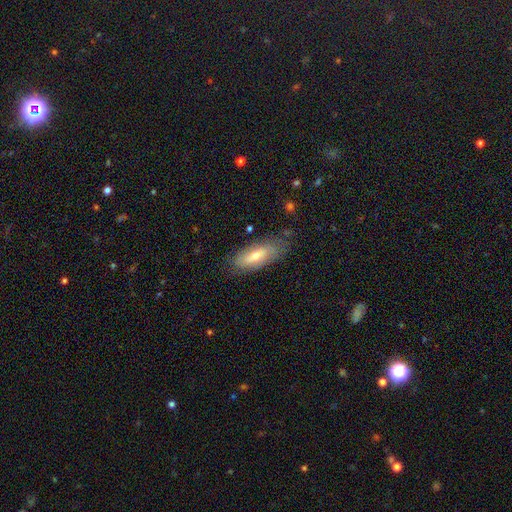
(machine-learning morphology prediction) Overall: smooth (54%; featured or disk 39%). How rounded: in between (68%; cigar-shaped 29%). Merging: none (76%).